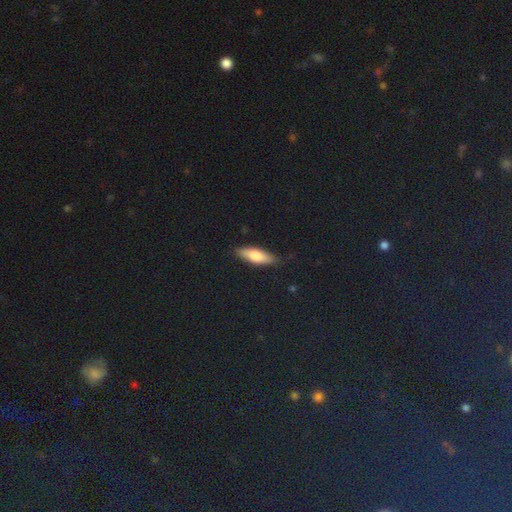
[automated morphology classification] Smooth or featured? Predicted: smooth (p=0.71). How rounded? Predicted: cigar-shaped (p=0.49, tied with in between). Merging? Predicted: none (p=0.84).